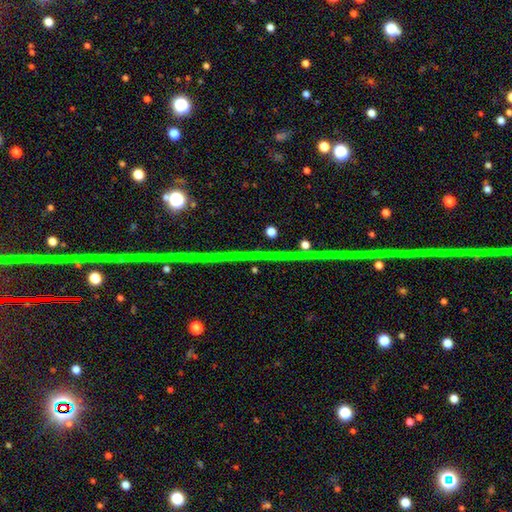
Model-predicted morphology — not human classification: This is clearly a star or artifact rather than a galaxy (80%).